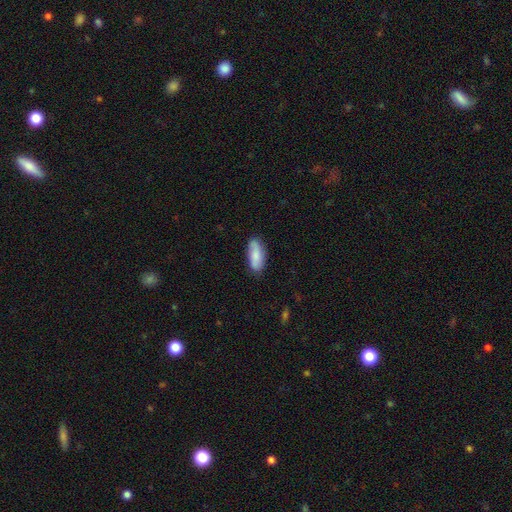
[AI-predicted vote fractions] Smooth or featured?
  - smooth: 80% *
  - featured or disk: 14%
  - star or artifact: 6%
How rounded?
  - in between: 81% *
  - cigar-shaped: 17%
  - round: 2%
Merging?
  - none: 79% *
  - minor disturbance: 16%
  - major disturbance: 3%
  - merger: 1%